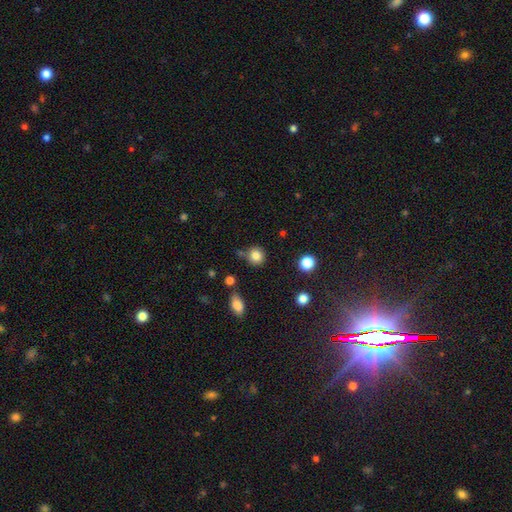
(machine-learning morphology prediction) This is clearly a smooth galaxy (83%). How rounded: clearly round (89%). Merging: likely none (77%).